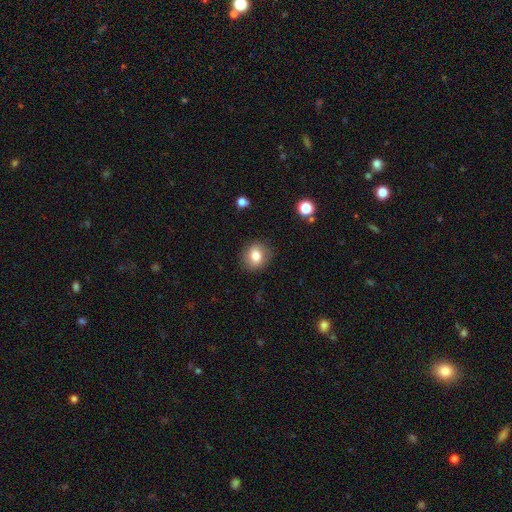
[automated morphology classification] This appears to be a smooth galaxy with no disk features (78%) that is round (68%). Merging: none (86%).